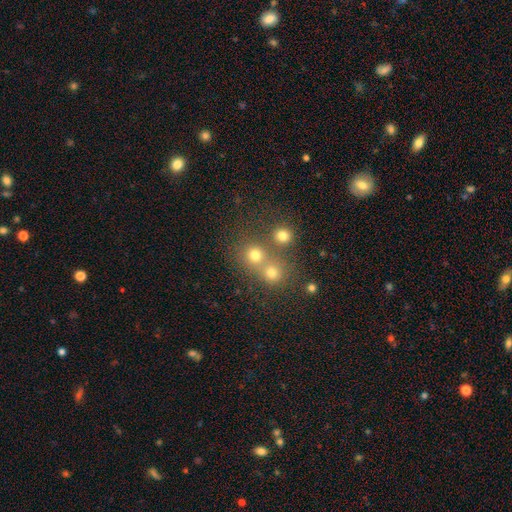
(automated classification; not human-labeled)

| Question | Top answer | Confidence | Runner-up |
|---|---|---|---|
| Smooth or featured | smooth | 70% | star or artifact (21%) |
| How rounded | round | 87% | in between (12%) |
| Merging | none | 53% | merger (38%) |